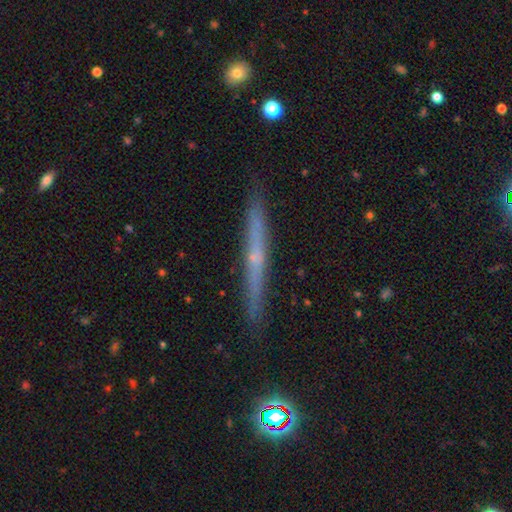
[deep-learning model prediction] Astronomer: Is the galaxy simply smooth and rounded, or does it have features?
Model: featured or disk — 63%.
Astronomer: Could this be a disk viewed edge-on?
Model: yes — 97%.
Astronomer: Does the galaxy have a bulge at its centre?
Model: none — 54% (runner-up: rounded, 42%).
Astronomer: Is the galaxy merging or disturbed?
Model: none — 90%.